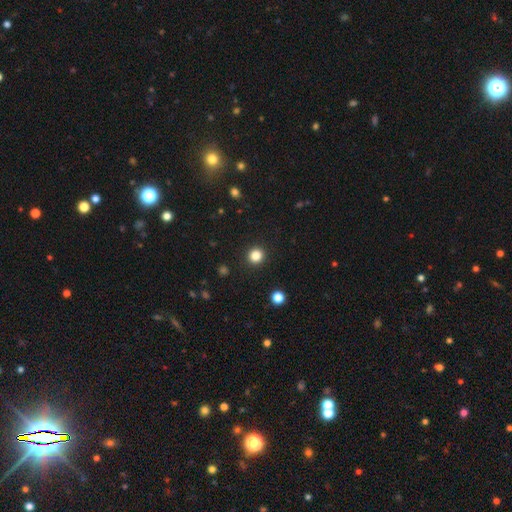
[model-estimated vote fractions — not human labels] smooth 84%, star or artifact 12%, featured or disk 4%. Down the decision tree: how rounded — round (93%); merging — none (93%).